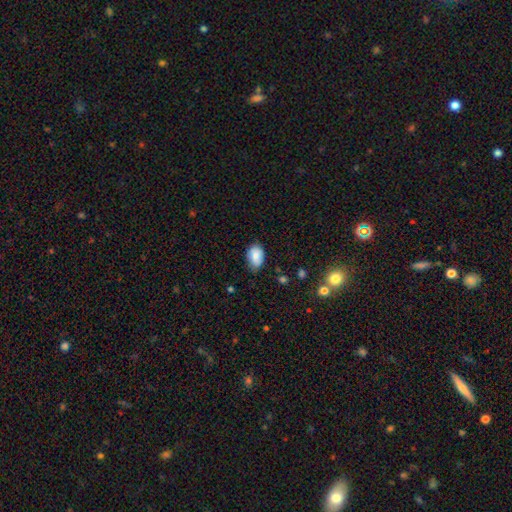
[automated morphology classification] Overall: smooth (80%). How rounded: in between (88%). Merging: none (69%).